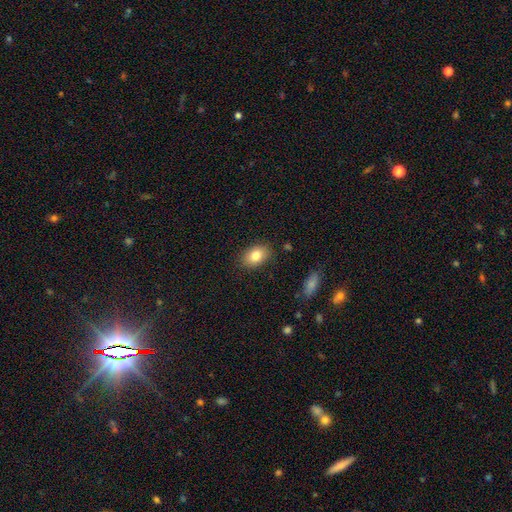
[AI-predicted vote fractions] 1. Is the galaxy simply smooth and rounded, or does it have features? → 82% smooth, 10% featured or disk, 8% star or artifact.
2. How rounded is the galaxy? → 84% in between, 15% round, 1% cigar-shaped.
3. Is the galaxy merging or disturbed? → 86% none, 10% minor disturbance, 2% major disturbance, 1% merger.